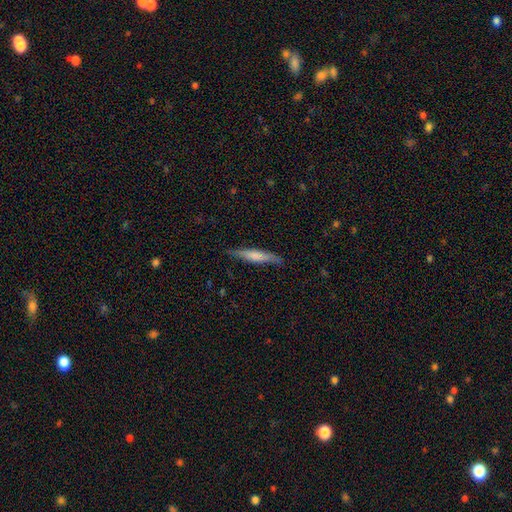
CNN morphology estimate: type=smooth (60%); roundness=cigar-shaped (88%); merging=none (82%).